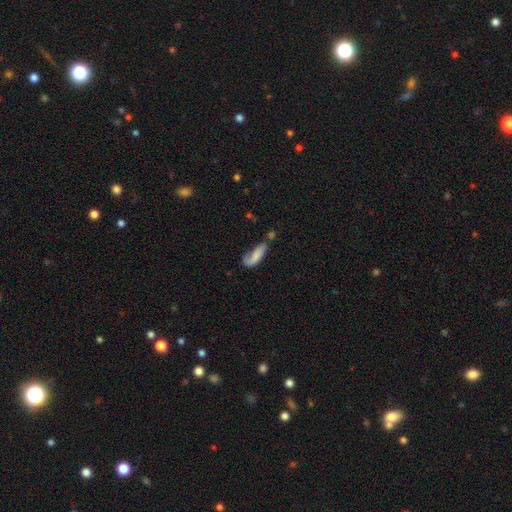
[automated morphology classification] type=smooth (60%); roundness=in between (65%); merging=none (35%).